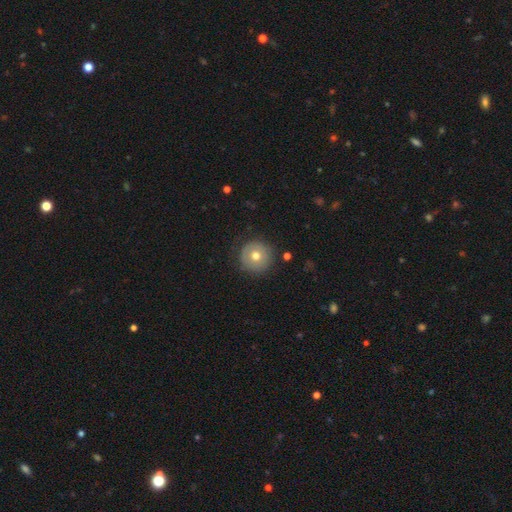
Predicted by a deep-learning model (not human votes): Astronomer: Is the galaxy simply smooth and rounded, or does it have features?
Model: smooth — 68%.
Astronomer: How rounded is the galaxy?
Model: round — 96%.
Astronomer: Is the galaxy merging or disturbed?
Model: none — 86%.